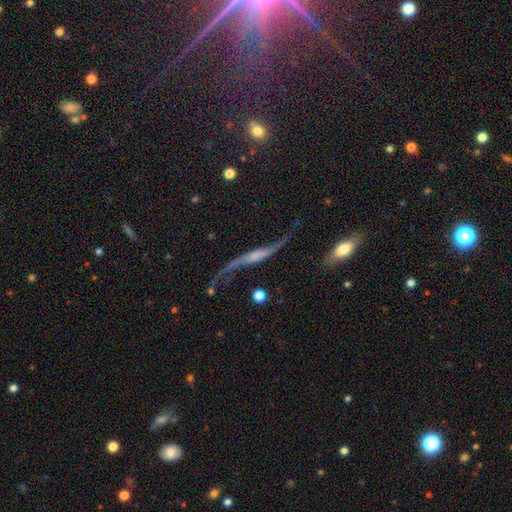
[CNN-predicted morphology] Smooth or featured? Predicted: featured or disk (p=0.84). Edge-on disk? Predicted: no (p=0.71). Bar? Predicted: no (p=0.47). Spiral arms? Predicted: yes (p=0.94). Spiral winding? Predicted: loose (p=0.95). Spiral arm count? Predicted: 2 (p=0.93). Bulge size? Predicted: small (p=0.41). Merging? Predicted: none (p=0.60).